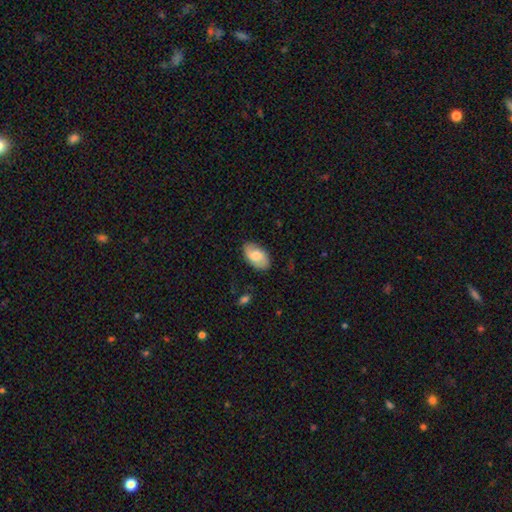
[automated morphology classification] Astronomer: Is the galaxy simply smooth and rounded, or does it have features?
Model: smooth — 58% (runner-up: featured or disk, 35%).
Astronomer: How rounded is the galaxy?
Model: in between — 93%.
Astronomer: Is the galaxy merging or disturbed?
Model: none — 81%.